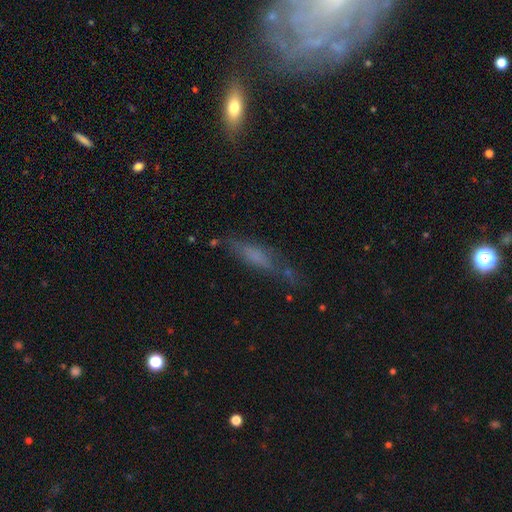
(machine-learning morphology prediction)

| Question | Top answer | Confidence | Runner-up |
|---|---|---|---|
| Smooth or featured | smooth | 53% | featured or disk (33%) |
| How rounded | cigar-shaped | 72% | in between (26%) |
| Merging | none | 56% | minor disturbance (24%) |